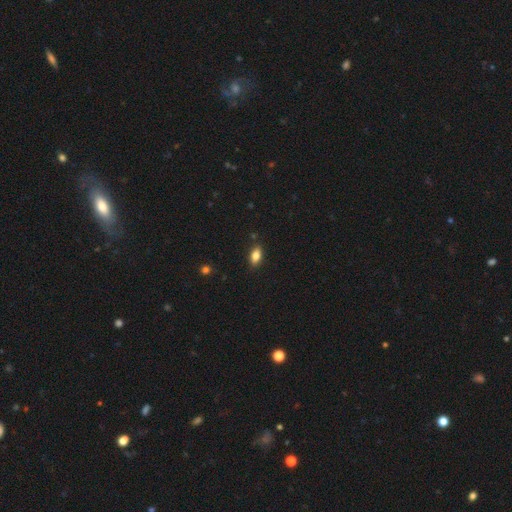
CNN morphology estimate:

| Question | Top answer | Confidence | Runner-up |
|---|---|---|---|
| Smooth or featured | smooth | 80% | featured or disk (11%) |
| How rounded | in between | 88% | cigar-shaped (7%) |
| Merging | none | 86% | minor disturbance (10%) |